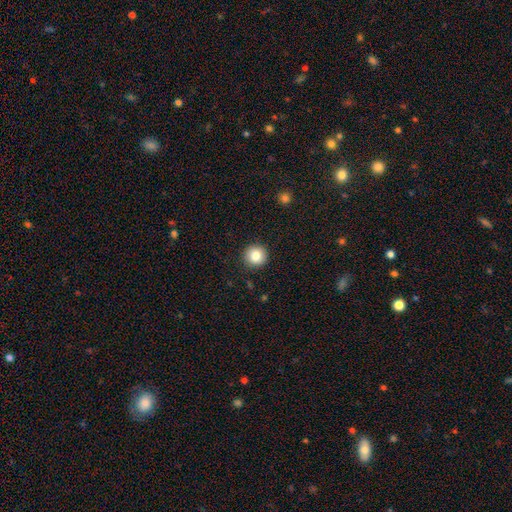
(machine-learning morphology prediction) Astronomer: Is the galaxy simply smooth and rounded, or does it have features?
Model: smooth — 83%.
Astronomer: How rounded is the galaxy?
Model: round — 95%.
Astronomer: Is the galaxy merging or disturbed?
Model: none — 92%.